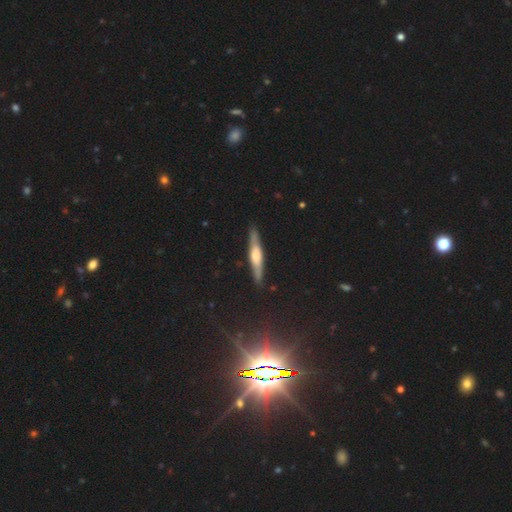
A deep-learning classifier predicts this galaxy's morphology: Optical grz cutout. It shows a featured or disk galaxy (65%) viewed edge-on (94%) with a rounded central bulge (71%). Merging: none (88%).